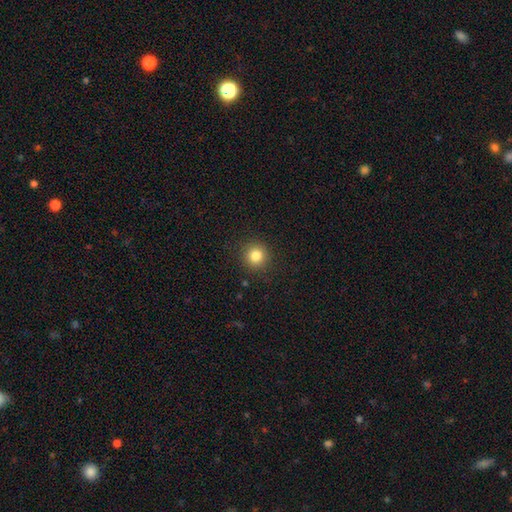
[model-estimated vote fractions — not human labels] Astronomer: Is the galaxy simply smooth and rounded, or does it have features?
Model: smooth — 83%.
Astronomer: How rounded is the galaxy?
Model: round — 94%.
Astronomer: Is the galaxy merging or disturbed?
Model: none — 91%.